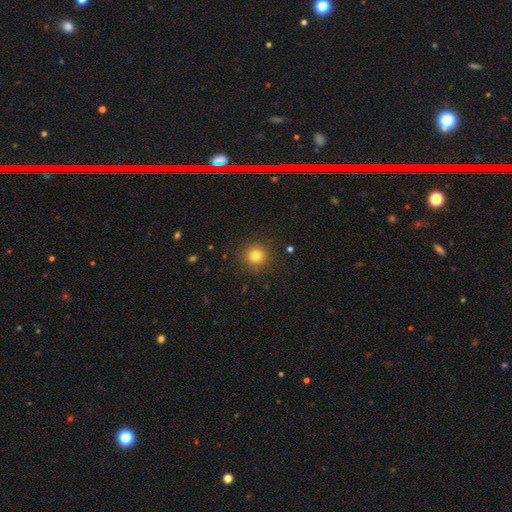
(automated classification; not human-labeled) Overall: smooth (80%). How rounded: round (94%). Merging: none (90%).